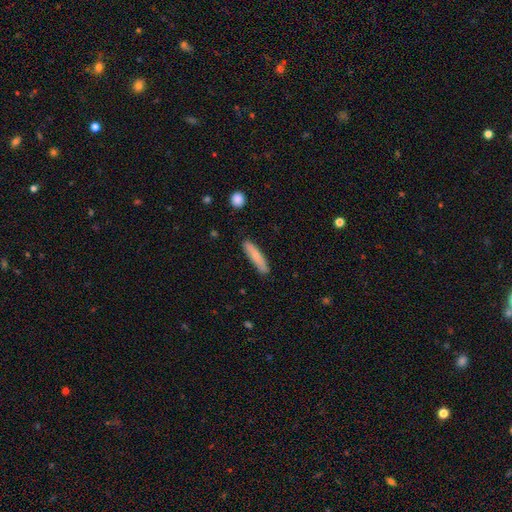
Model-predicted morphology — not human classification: type=smooth (76%); roundness=cigar-shaped (85%); merging=none (85%).